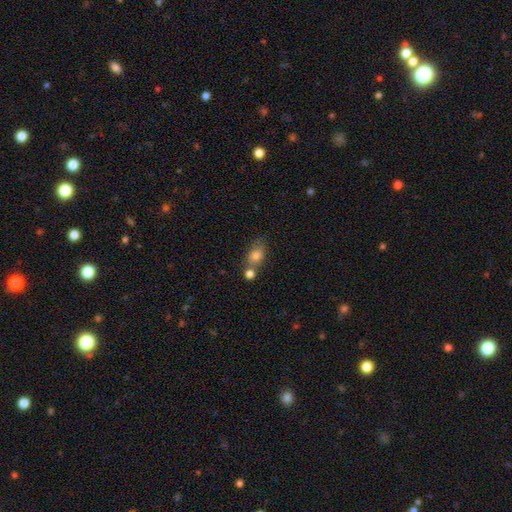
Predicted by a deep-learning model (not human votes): A smooth galaxy with no disk features (79%) that is in between round and cigar-shaped (66%).

Vote fractions:
- Smooth or featured? smooth: 79% / featured or disk: 11% / star or artifact: 10%
- How rounded? in between: 66% / round: 32% / cigar-shaped: 3%
- Merging? none: 49% / merger: 32% / minor disturbance: 14% / major disturbance: 5%